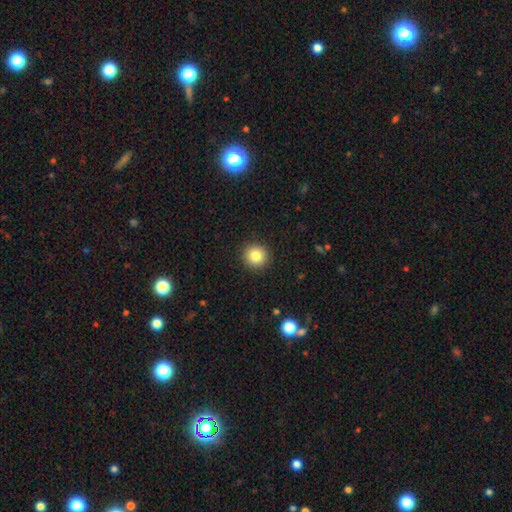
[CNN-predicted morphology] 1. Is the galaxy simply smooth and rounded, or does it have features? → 83% smooth, 10% star or artifact, 7% featured or disk.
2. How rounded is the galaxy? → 94% round, 6% in between, 1% cigar-shaped.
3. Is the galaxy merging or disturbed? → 92% none, 5% minor disturbance, 2% major disturbance, 1% merger.